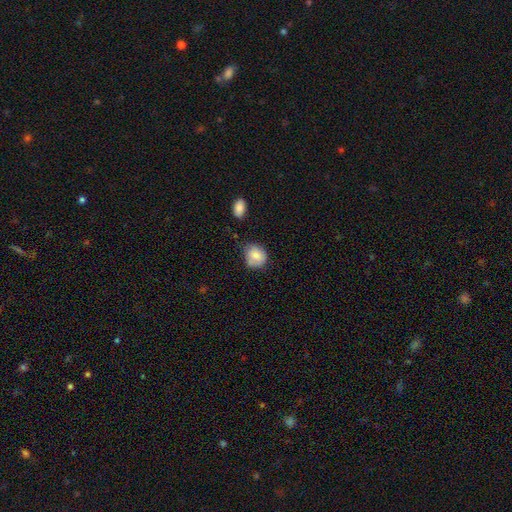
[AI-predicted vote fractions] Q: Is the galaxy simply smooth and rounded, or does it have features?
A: smooth — 82%.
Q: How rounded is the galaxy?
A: round — 69%.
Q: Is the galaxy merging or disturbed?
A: none — 56%.